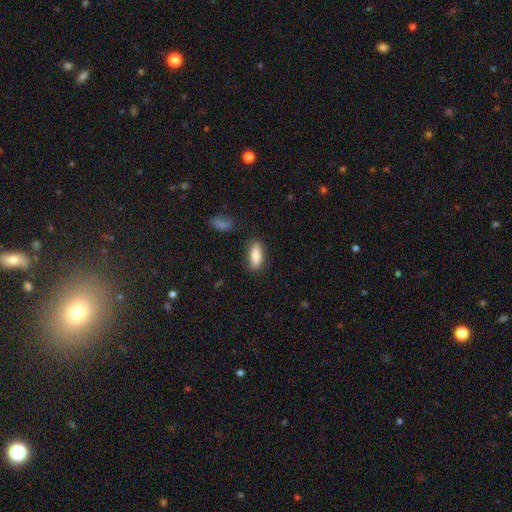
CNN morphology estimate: smooth-or-featured: smooth: 83% | featured or disk: 11% | star or artifact: 6%
  how-rounded: in between: 75% | cigar-shaped: 23% | round: 2%
  merging: none: 81% | minor disturbance: 13% | merger: 3% | major disturbance: 3%